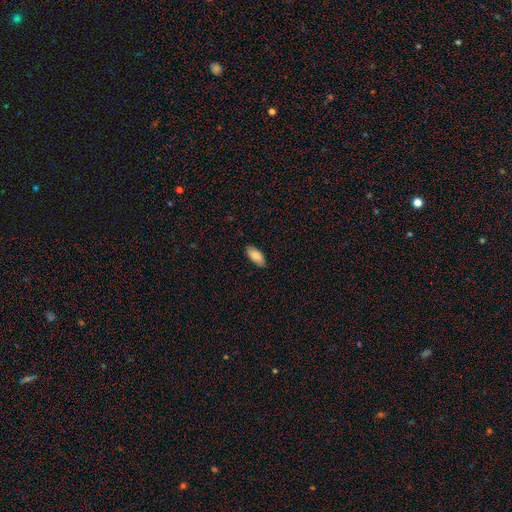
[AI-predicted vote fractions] Overall: smooth (86%). How rounded: in between (88%). Merging: none (86%).